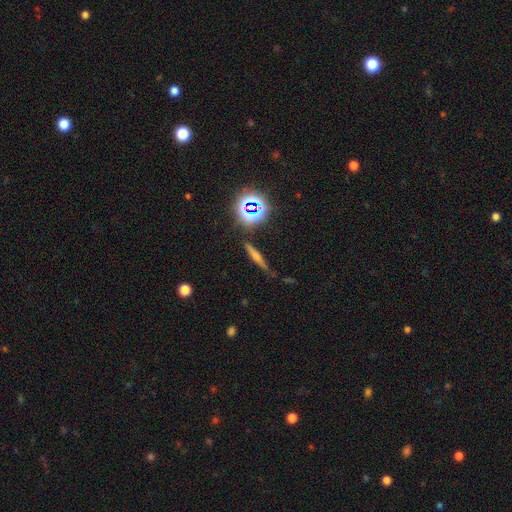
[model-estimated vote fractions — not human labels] Overall: featured or disk (48%; star or artifact 26%). Merging: none (84%).